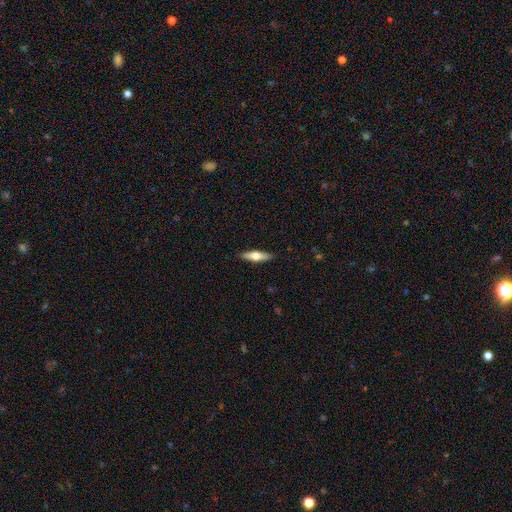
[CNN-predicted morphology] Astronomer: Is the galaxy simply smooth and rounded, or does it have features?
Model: featured or disk — 52% (runner-up: smooth, 42%).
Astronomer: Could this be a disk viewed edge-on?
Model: yes — 94%.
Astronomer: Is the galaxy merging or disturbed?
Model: none — 90%.